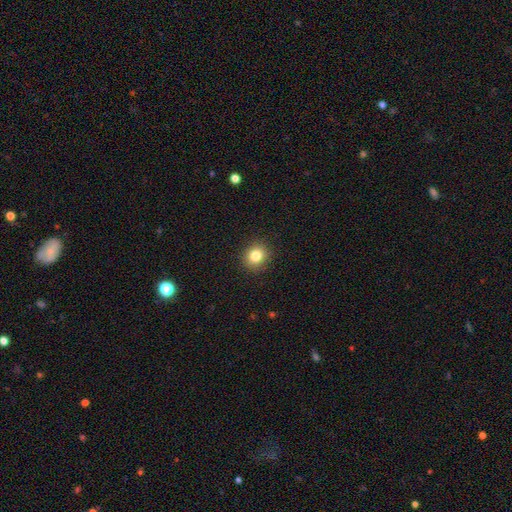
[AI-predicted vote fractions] The model was most divided on "how rounded": round: 81%, in between: 18%, cigar-shaped: 1%. More confident: merging — none (90%); smooth or featured — smooth (83%).